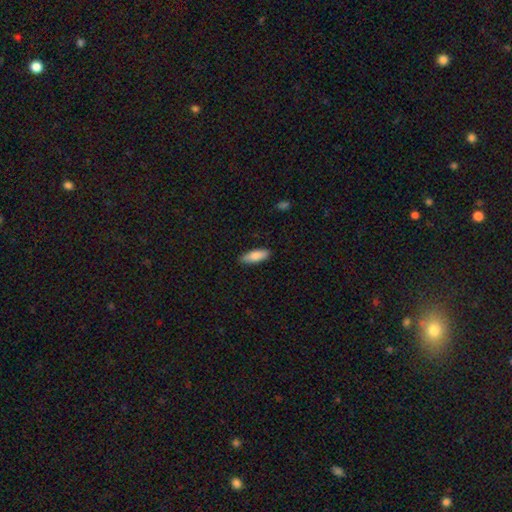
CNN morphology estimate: A smooth galaxy with no disk features (85%) that is in between round and cigar-shaped (60%).

Vote fractions:
- Smooth or featured? smooth: 85% / featured or disk: 9% / star or artifact: 6%
- How rounded? in between: 60% / cigar-shaped: 38% / round: 2%
- Merging? none: 87% / minor disturbance: 10% / major disturbance: 2% / merger: 1%